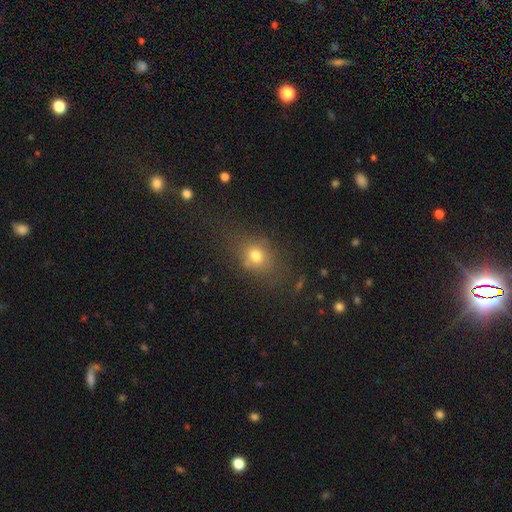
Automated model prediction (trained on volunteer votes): smooth_or_featured: smooth (p=0.73) [alt: star or artifact p=0.15]
how_rounded: round (p=0.49) [tied with: in between p=0.49]
merging: none (p=0.67) [alt: minor disturbance p=0.19]